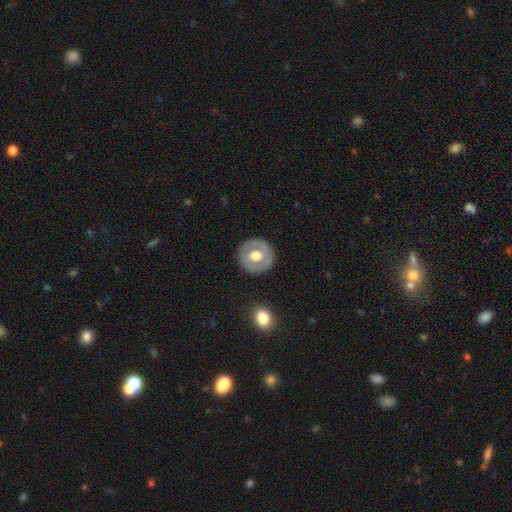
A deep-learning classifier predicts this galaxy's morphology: The model was most divided on "smooth or featured": featured or disk: 48%, smooth: 46%, star or artifact: 5%. More confident: merging — none (87%).